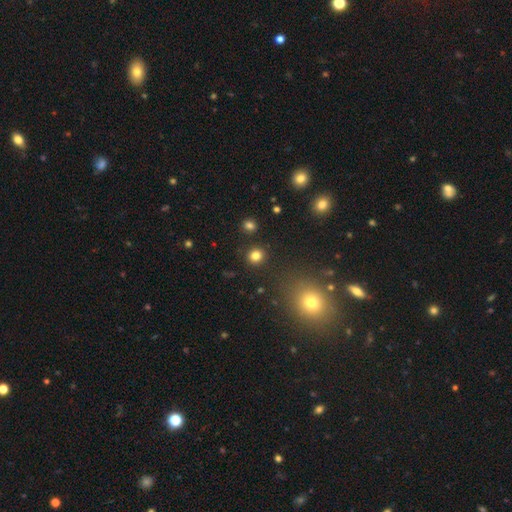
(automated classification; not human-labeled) smooth_or_featured: smooth (p=0.82) [alt: star or artifact p=0.14]
how_rounded: round (p=0.86) [alt: in between p=0.13]
merging: none (p=0.90) [alt: minor disturbance p=0.06]